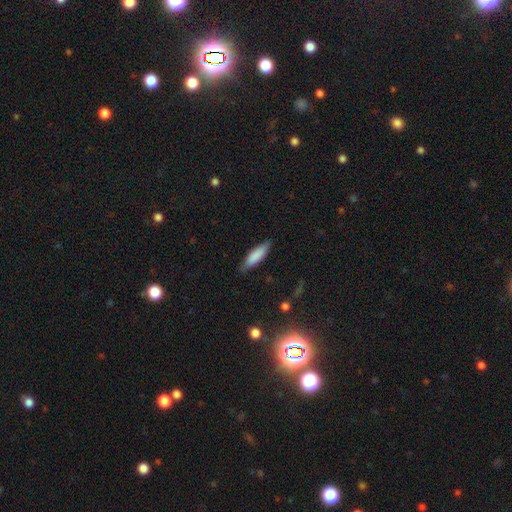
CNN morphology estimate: Smooth or featured: smooth — 83% (featured or disk — 11%)
How rounded: cigar-shaped — 61% (in between — 38%)
Merging: none — 80% (minor disturbance — 16%)